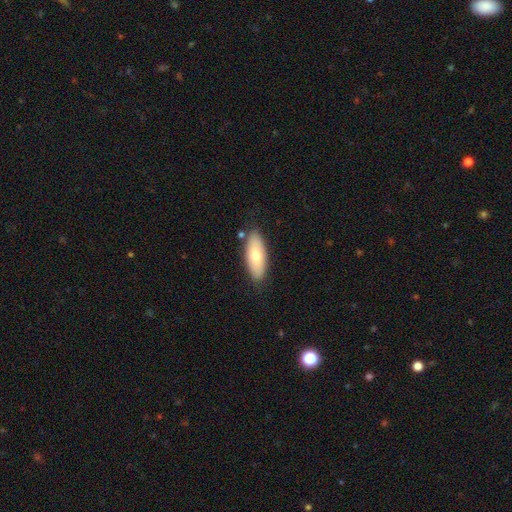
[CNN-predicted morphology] Smooth or featured?
  - smooth: 70% *
  - featured or disk: 24%
  - star or artifact: 6%
How rounded?
  - in between: 78% *
  - cigar-shaped: 19%
  - round: 2%
Merging?
  - none: 81% *
  - minor disturbance: 13%
  - merger: 3%
  - major disturbance: 3%